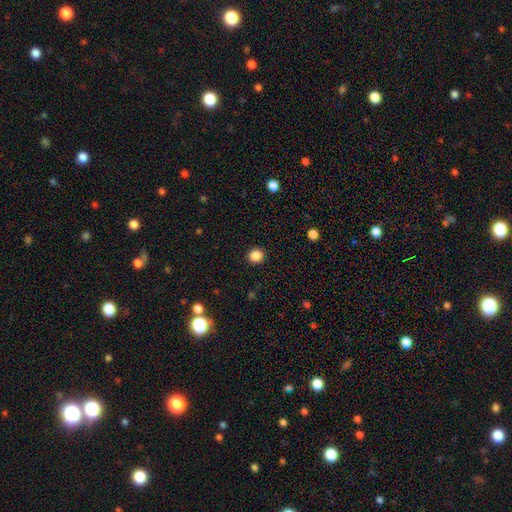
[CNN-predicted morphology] A smooth galaxy with no disk features (86%) that is round (88%). Merging: none (92%).